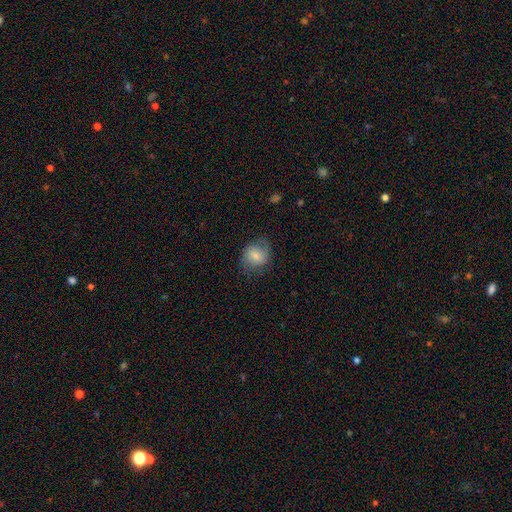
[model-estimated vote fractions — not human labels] Q: Smooth or featured?
A: smooth (72%); runner-up: featured or disk (20%)
Q: How rounded?
A: round (68%); runner-up: in between (31%)
Q: Merging?
A: none (69%); runner-up: minor disturbance (21%)